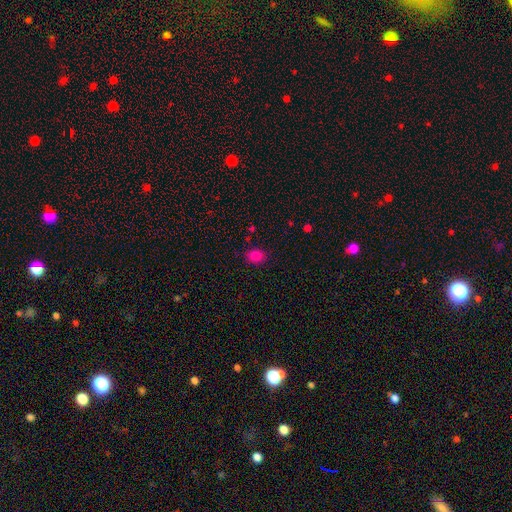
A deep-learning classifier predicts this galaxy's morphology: A smooth galaxy with no disk features (83%) that is in between round and cigar-shaped (60%).

Vote fractions:
- Smooth or featured? smooth: 83% / star or artifact: 12% / featured or disk: 5%
- How rounded? in between: 60% / round: 39% / cigar-shaped: 1%
- Merging? none: 86% / minor disturbance: 10% / major disturbance: 3% / merger: 2%